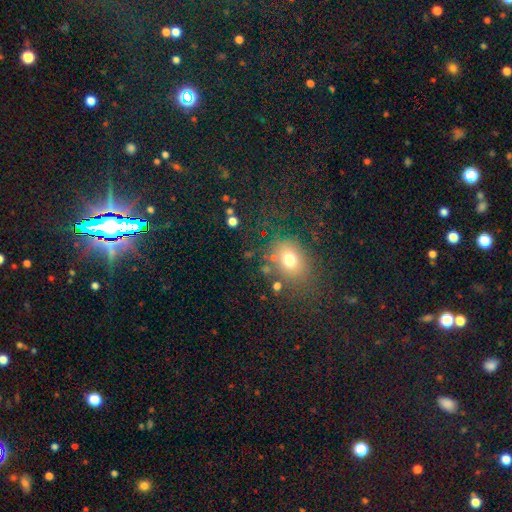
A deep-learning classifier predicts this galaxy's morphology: Q: Smooth or featured?
A: star or artifact (46%); runner-up: smooth (44%)